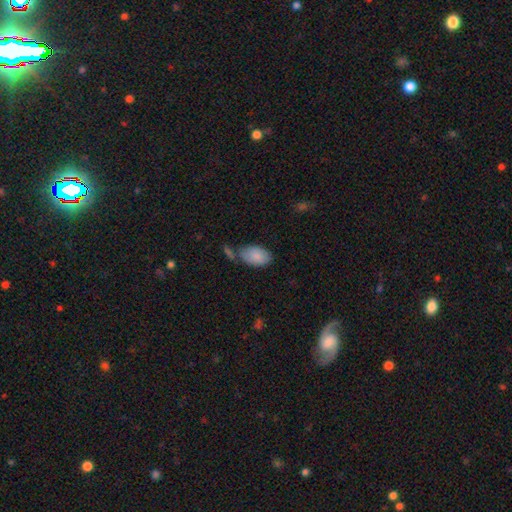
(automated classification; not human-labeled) Smooth or featured: smooth — 86% (featured or disk — 7%)
How rounded: in between — 94% (round — 5%)
Merging: none — 59% (minor disturbance — 20%)